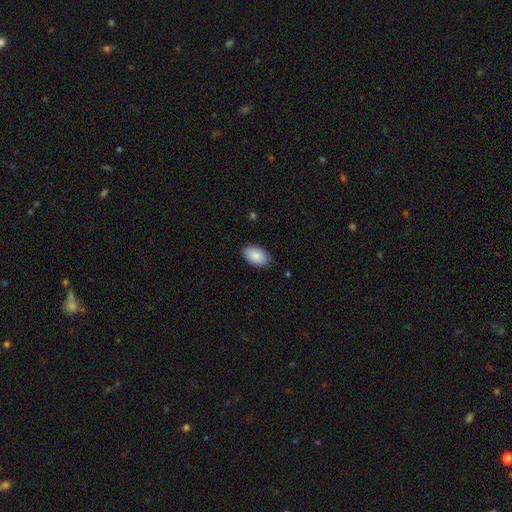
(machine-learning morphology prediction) smooth-or-featured: smooth: 88% | star or artifact: 6% | featured or disk: 6%
  how-rounded: in between: 94% | round: 5% | cigar-shaped: 1%
  merging: none: 87% | minor disturbance: 10% | major disturbance: 2% | merger: 1%